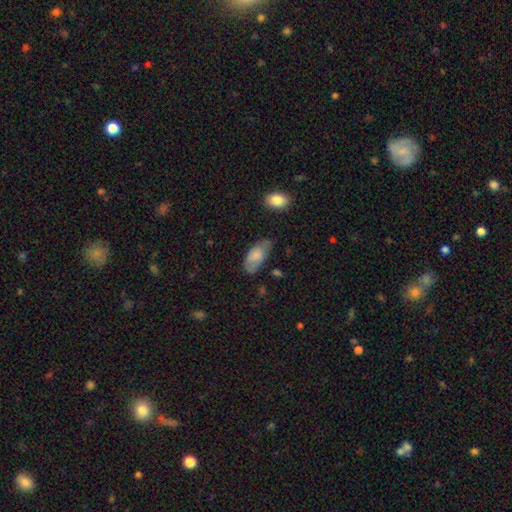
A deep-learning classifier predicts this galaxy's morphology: This appears to be a smooth galaxy with no disk features (76%) that is in between round and cigar-shaped (93%). Merging: none (55%).